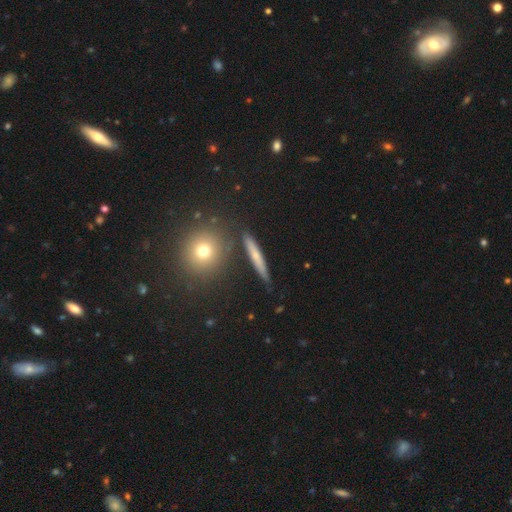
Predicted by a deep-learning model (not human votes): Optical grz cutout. It shows a smooth galaxy with no disk features (52%) that is cigar-shaped (80%). Merging: none (85%).